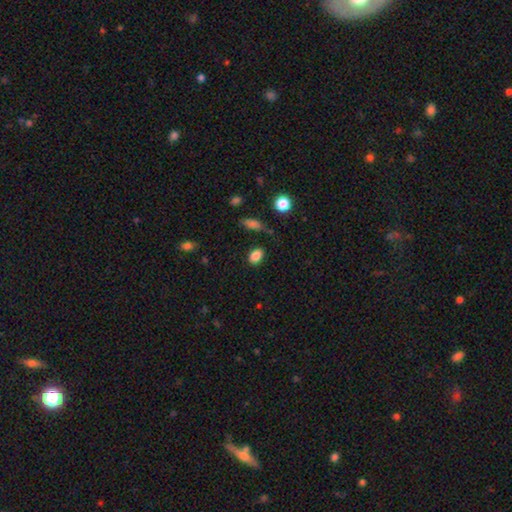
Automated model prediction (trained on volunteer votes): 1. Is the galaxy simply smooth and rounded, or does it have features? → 86% smooth, 10% star or artifact, 4% featured or disk.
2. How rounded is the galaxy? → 76% in between, 23% round, 2% cigar-shaped.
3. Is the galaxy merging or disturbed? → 83% none, 11% minor disturbance, 3% major disturbance, 3% merger.